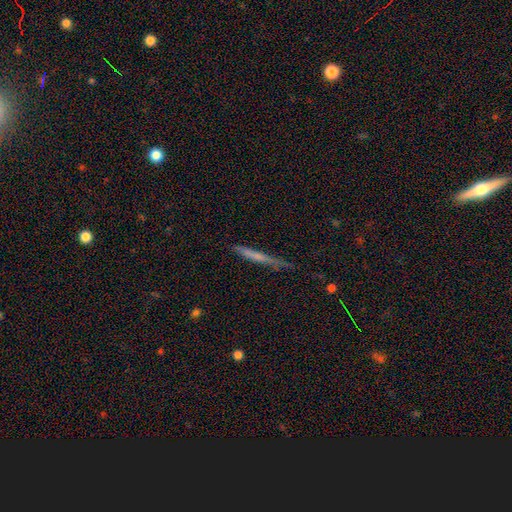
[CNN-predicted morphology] A smooth galaxy with no disk features (55%) that is cigar-shaped (95%).

Vote fractions:
- Smooth or featured? smooth: 55% / featured or disk: 37% / star or artifact: 8%
- How rounded? cigar-shaped: 95% / in between: 3% / round: 2%
- Merging? none: 74% / minor disturbance: 19% / major disturbance: 4% / merger: 2%